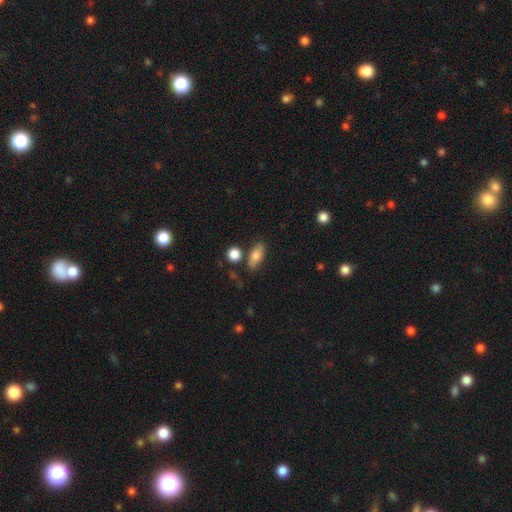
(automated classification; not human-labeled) This is likely a smooth galaxy (76%). How rounded: likely in between (78%). Merging: likely none (77%).